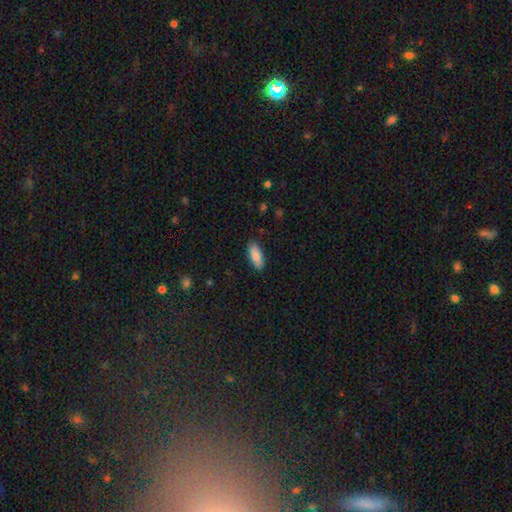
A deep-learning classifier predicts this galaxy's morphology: Smooth or featured? Predicted: smooth (p=0.88). How rounded? Predicted: in between (p=0.79). Merging? Predicted: none (p=0.87).